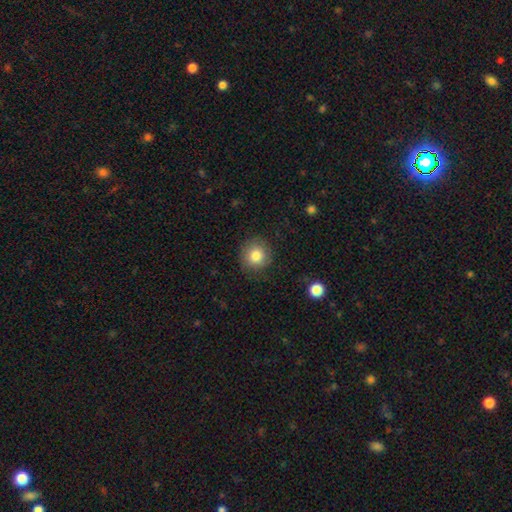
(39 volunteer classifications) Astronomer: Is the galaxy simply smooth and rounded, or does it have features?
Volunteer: smooth — 95%.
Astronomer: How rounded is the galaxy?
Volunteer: round — 89%.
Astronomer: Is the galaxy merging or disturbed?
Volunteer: none — 62%.